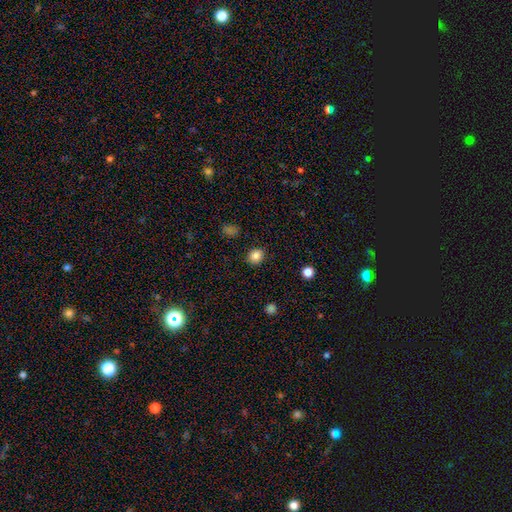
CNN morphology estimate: Smooth or featured: smooth — 85% (star or artifact — 11%)
How rounded: round — 71% (in between — 28%)
Merging: none — 89% (minor disturbance — 8%)